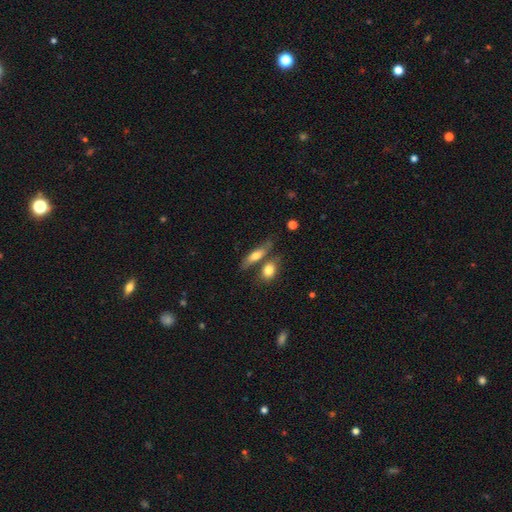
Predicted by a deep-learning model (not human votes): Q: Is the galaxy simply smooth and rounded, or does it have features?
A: smooth — 61%.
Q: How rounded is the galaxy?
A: cigar-shaped — 50%.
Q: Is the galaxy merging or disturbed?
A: none — 55%.